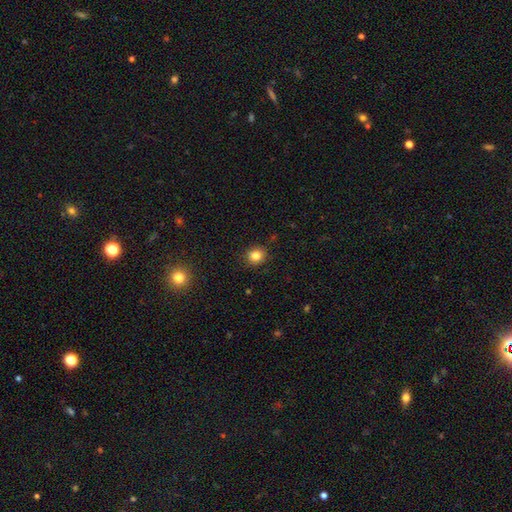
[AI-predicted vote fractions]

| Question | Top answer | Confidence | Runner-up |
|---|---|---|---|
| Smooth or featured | smooth | 83% | star or artifact (12%) |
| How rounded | round | 83% | in between (17%) |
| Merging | none | 89% | minor disturbance (8%) |